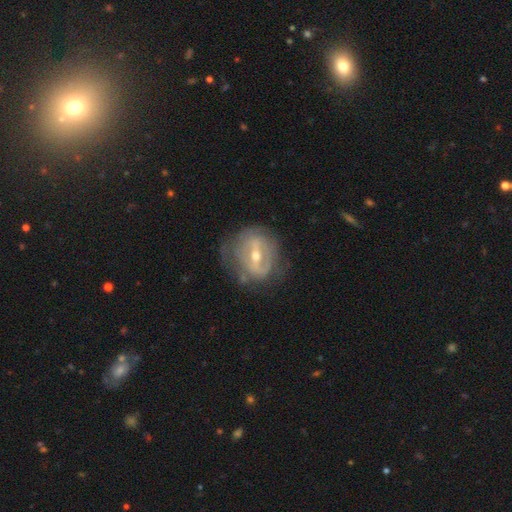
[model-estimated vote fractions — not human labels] Q: Smooth or featured?
A: featured or disk (80%); runner-up: smooth (14%)
Q: Edge-on disk?
A: no (92%); runner-up: yes (8%)
Q: Bar?
A: strong (58%); runner-up: weak (31%)
Q: Spiral arms?
A: yes (60%); runner-up: no (40%)
Q: Bulge size?
A: moderate (56%); runner-up: small (40%)
Q: Merging?
A: none (67%); runner-up: minor disturbance (20%)